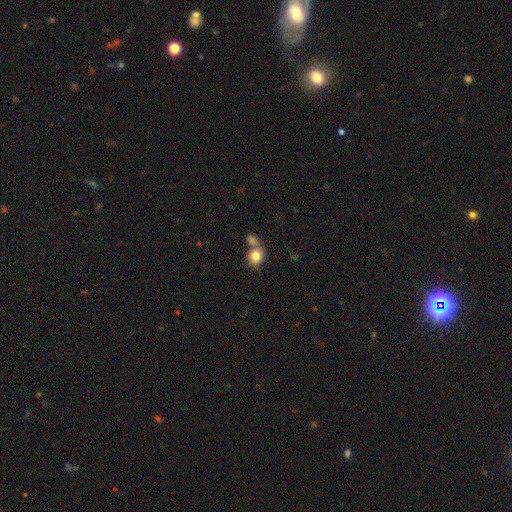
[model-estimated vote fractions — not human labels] Overall: smooth (81%). How rounded: round (67%; in between 32%). Merging: none (42%; merger 40%).